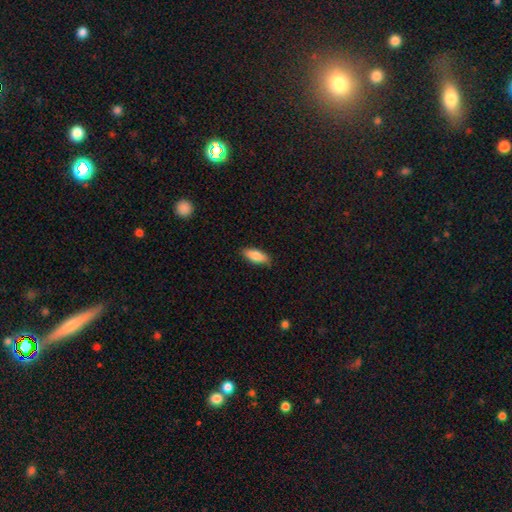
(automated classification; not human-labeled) Morphology: type=smooth (84%); roundness=in between (77%); merging=none (85%).